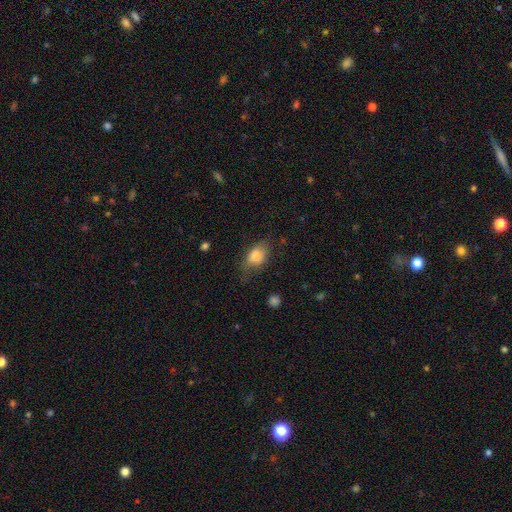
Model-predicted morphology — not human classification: smooth_or_featured: smooth (p=0.78) [alt: featured or disk p=0.14]
how_rounded: in between (p=0.81) [alt: round p=0.14]
merging: none (p=0.61) [alt: minor disturbance p=0.26]